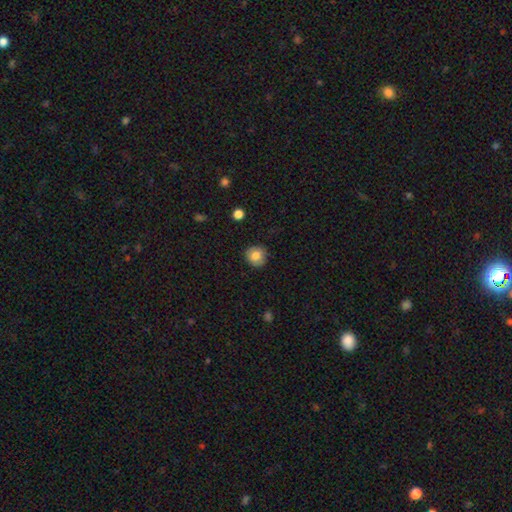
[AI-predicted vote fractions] This is clearly a smooth galaxy (80%). How rounded: clearly round (90%). Merging: clearly none (88%).